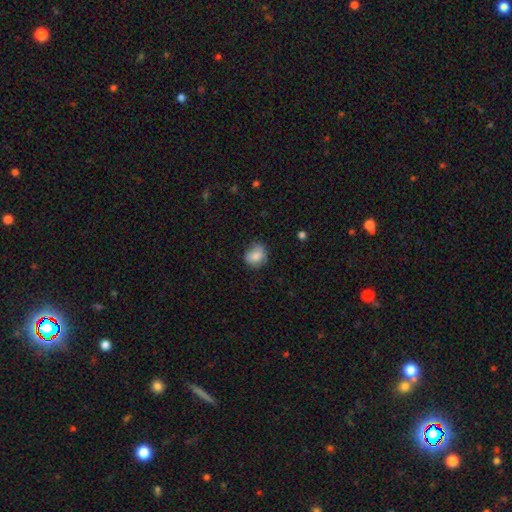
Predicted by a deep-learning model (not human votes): smooth-or-featured: smooth: 81% | featured or disk: 11% | star or artifact: 8%
  how-rounded: round: 68% | in between: 31% | cigar-shaped: 1%
  merging: none: 69% | minor disturbance: 24% | major disturbance: 6% | merger: 1%